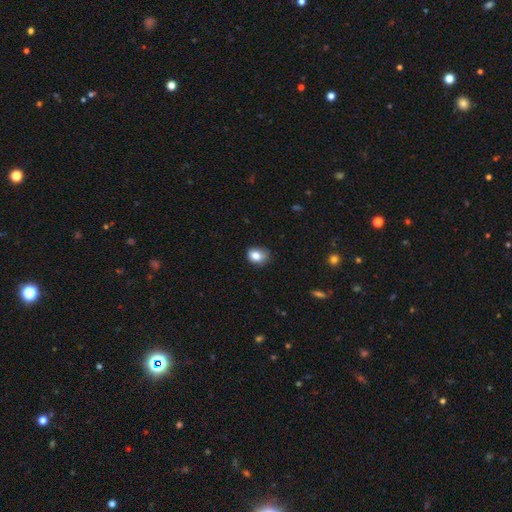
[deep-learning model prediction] Smooth or featured?
  - smooth: 82% *
  - star or artifact: 9%
  - featured or disk: 9%
How rounded?
  - in between: 56% *
  - round: 43%
  - cigar-shaped: 1%
Merging?
  - none: 61% *
  - minor disturbance: 31%
  - major disturbance: 7%
  - merger: 2%